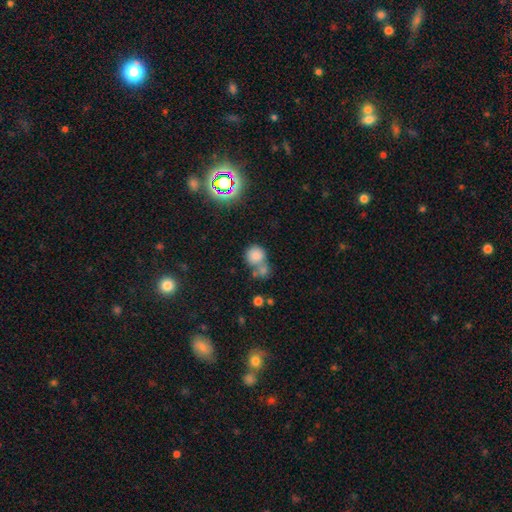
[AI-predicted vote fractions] A smooth galaxy with no disk features (77%) that is round (85%).

Vote fractions:
- Smooth or featured? smooth: 77% / star or artifact: 14% / featured or disk: 9%
- How rounded? round: 85% / in between: 14% / cigar-shaped: 1%
- Merging? merger: 44% / none: 41% / minor disturbance: 10% / major disturbance: 5%